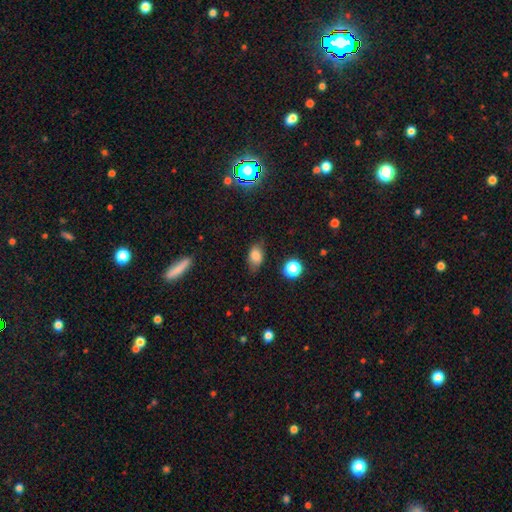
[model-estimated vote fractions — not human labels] This appears to be a smooth galaxy with no disk features (79%) that is in between round and cigar-shaped (85%). Merging: none (73%).